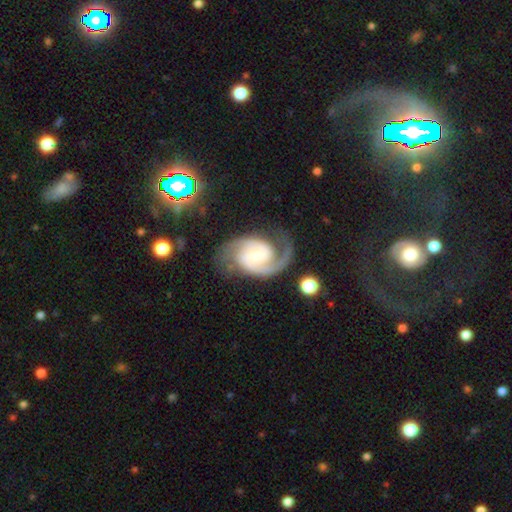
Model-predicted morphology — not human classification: Smooth or featured? featured or disk (91%)
Edge-on disk? no (98%)
Bar? weak (44%)
Spiral arms? yes (98%)
Spiral winding? medium (55%)
Spiral arm count? 2 (86%)
Bulge size? small (55%)
Merging? none (71%)